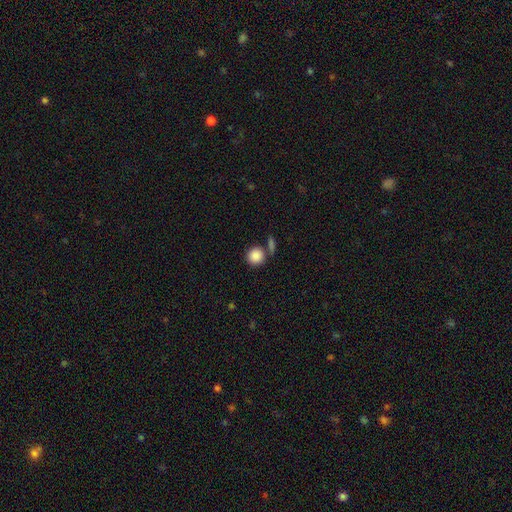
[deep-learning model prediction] Q: Smooth or featured?
A: smooth (88%); runner-up: star or artifact (8%)
Q: How rounded?
A: round (91%); runner-up: in between (8%)
Q: Merging?
A: none (73%); runner-up: merger (14%)